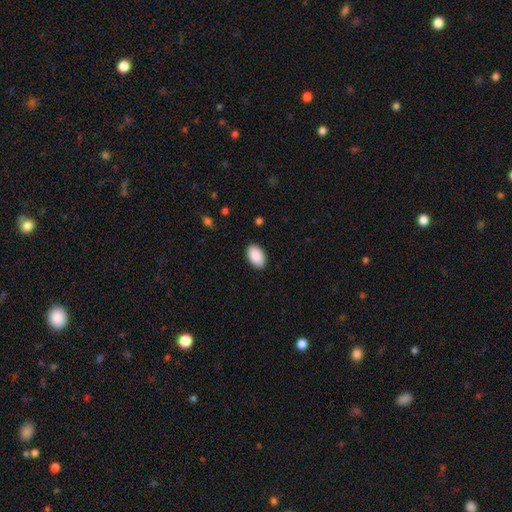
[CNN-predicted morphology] smooth 91%, star or artifact 6%, featured or disk 3%. Down the decision tree: how rounded — in between (94%); merging — none (89%).